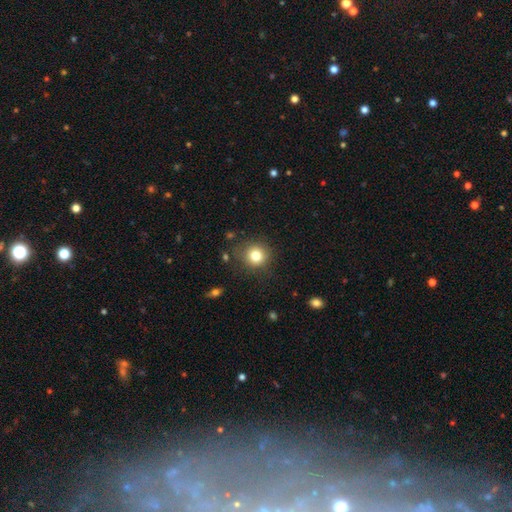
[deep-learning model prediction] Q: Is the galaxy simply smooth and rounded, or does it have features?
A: smooth — 80%.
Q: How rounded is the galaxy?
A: round — 90%.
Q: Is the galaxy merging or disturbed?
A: none — 83%.